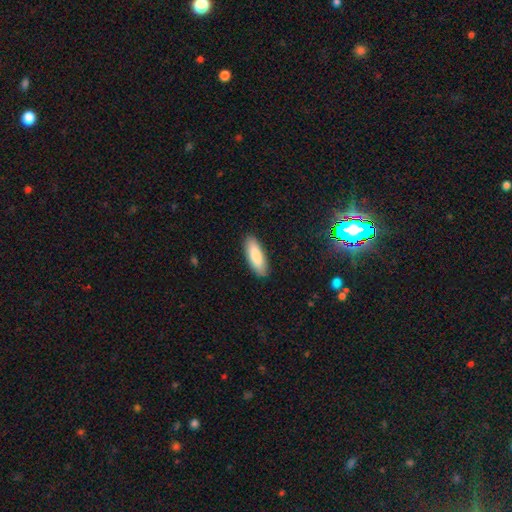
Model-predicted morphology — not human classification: A smooth galaxy with no disk features (88%) that is in between round and cigar-shaped (63%). Merging: none (89%).